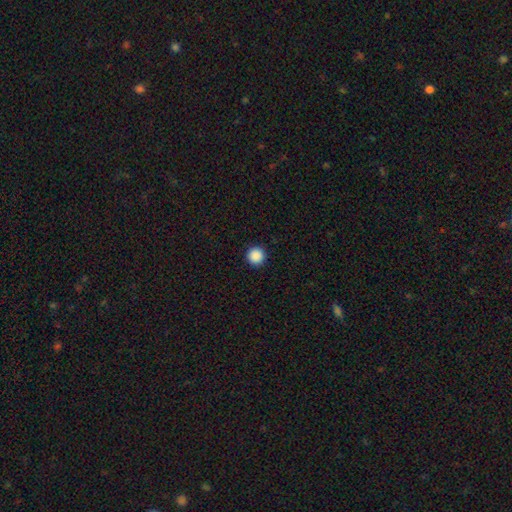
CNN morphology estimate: Smooth or featured: smooth — 89% (star or artifact — 9%)
How rounded: round — 97% (in between — 2%)
Merging: none — 94% (minor disturbance — 4%)